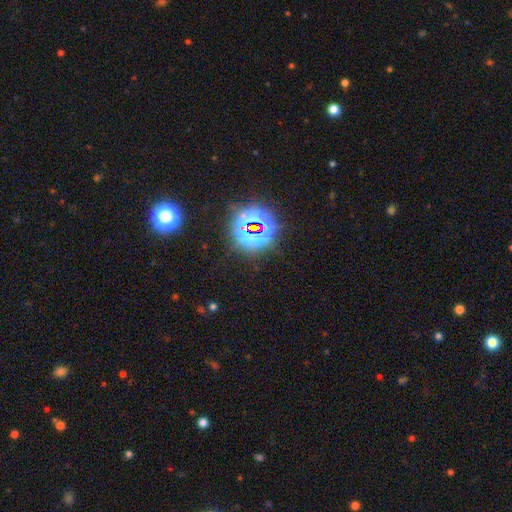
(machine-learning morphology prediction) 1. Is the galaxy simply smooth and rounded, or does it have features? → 76% star or artifact, 16% smooth, 8% featured or disk.